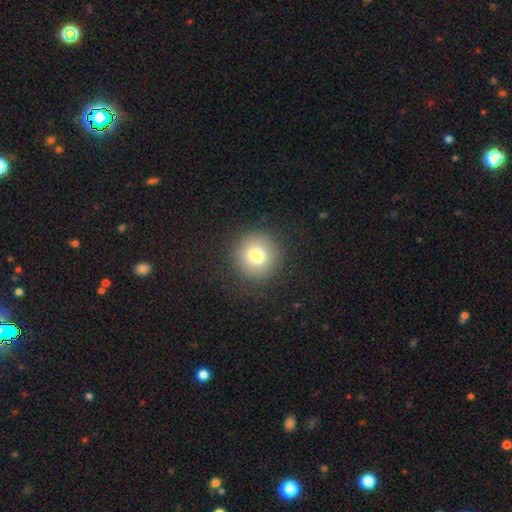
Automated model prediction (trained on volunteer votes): Smooth or featured? smooth (77%)
How rounded? round (95%)
Merging? none (89%)